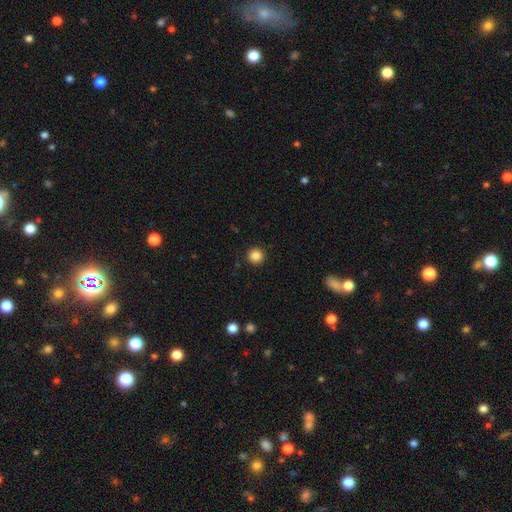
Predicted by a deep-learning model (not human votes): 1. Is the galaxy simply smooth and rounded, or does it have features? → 85% smooth, 11% star or artifact, 4% featured or disk.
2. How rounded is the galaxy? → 96% round, 3% in between, 1% cigar-shaped.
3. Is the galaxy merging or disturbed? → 93% none, 5% minor disturbance, 2% major disturbance, 1% merger.